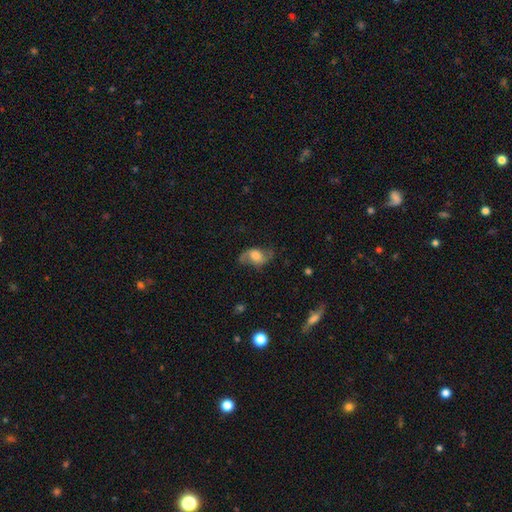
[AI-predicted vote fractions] A featured or disk galaxy (61%) with no bar (55%), 2 (88%) loose (64%) spiral arms (88%) and a large central bulge (40%).

Vote fractions:
- Smooth or featured? featured or disk: 61% / smooth: 31% / star or artifact: 8%
- Edge-on disk? no: 95% / yes: 5%
- Bar? no: 55% / weak: 36% / strong: 9%
- Spiral arms? yes: 88% / no: 12%
- Spiral winding? loose: 64% / medium: 29% / tight: 7%
- Spiral arm count? 2: 88% / 1: 5% / can't tell: 4% / 3: 1% / 4: 1% / more than 4: 1%
- Bulge size? large: 40% / moderate: 28% / small: 13% / none: 11% / dominant: 8%
- Merging? none: 61% / minor disturbance: 22% / major disturbance: 14% / merger: 2%